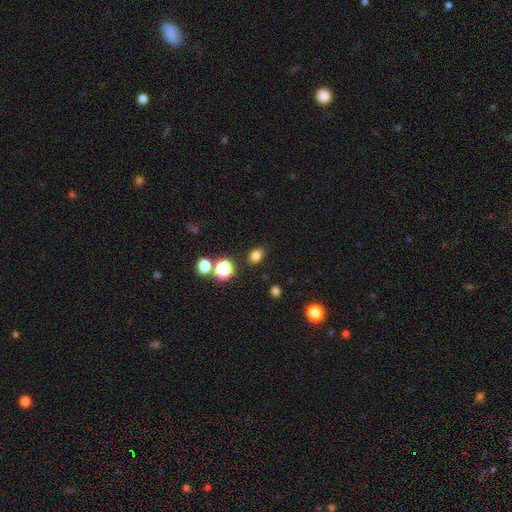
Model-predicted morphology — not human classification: smooth_or_featured: smooth (p=0.79) [alt: star or artifact p=0.16]
how_rounded: in between (p=0.68) [alt: round p=0.30]
merging: none (p=0.83) [alt: minor disturbance p=0.11]